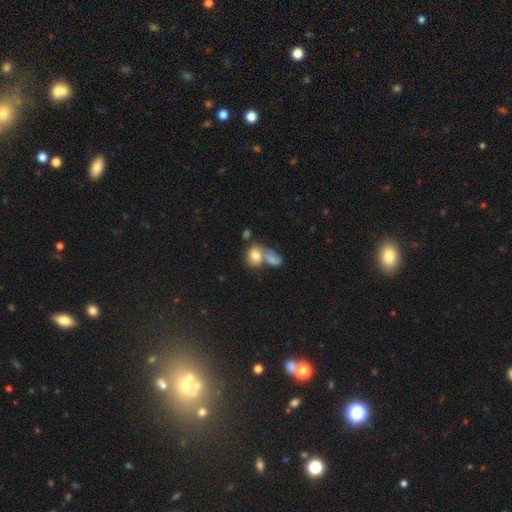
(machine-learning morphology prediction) smooth_or_featured: smooth (p=0.74) [alt: featured or disk p=0.17]
how_rounded: round (p=0.50) [alt: in between p=0.48]
merging: merger (p=0.56) [alt: none p=0.28]